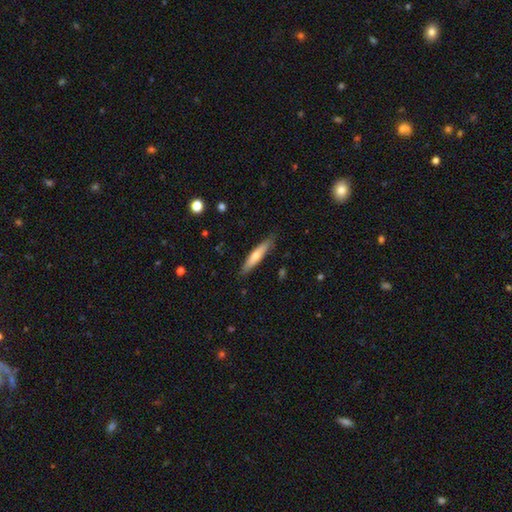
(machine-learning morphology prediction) Smooth or featured: smooth — 54% (featured or disk — 40%)
How rounded: cigar-shaped — 89% (in between — 9%)
Merging: none — 86% (minor disturbance — 11%)